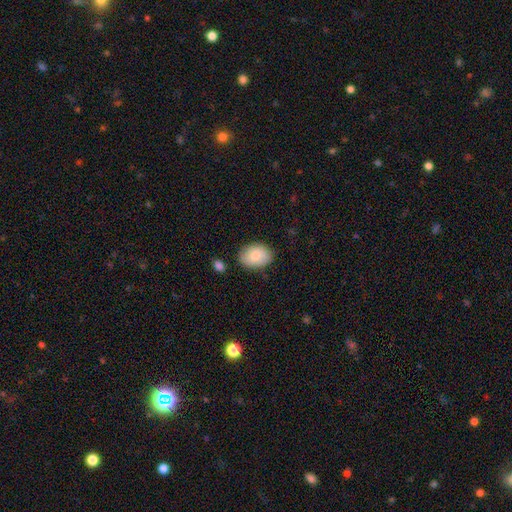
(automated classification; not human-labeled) Morphology: type=smooth (82%); roundness=in between (78%); merging=none (79%).